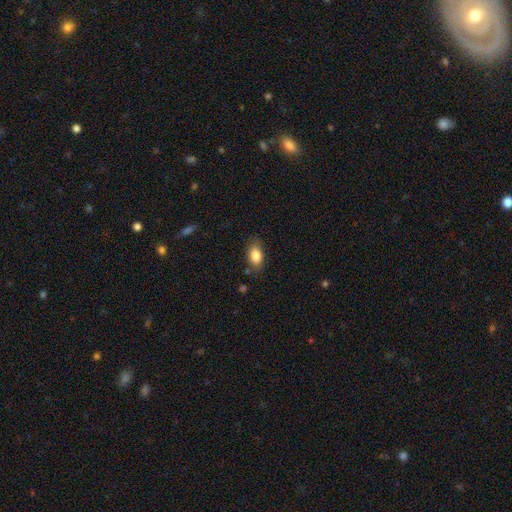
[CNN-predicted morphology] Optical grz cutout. It shows a smooth galaxy with no disk features (83%) that is in between round and cigar-shaped (87%). Merging: none (78%).